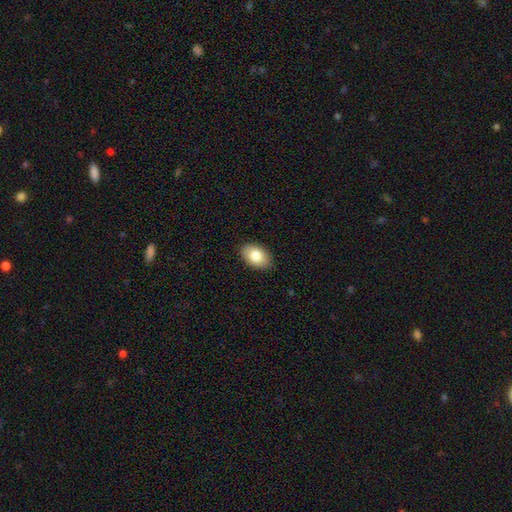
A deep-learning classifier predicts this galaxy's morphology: A smooth galaxy with no disk features (81%) that is in between round and cigar-shaped (88%).

Vote fractions:
- Smooth or featured? smooth: 81% / featured or disk: 12% / star or artifact: 7%
- How rounded? in between: 88% / round: 10% / cigar-shaped: 1%
- Merging? none: 88% / minor disturbance: 9% / major disturbance: 2% / merger: 1%